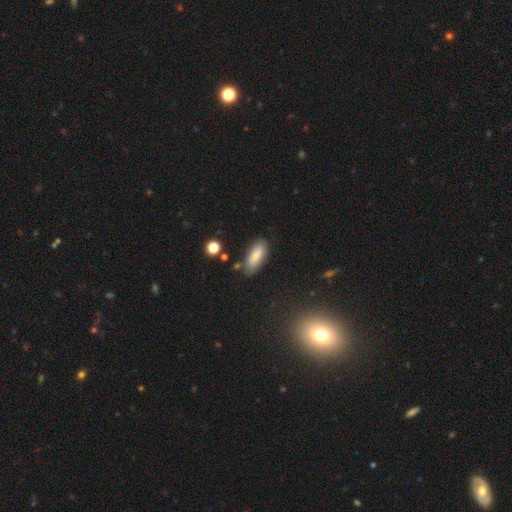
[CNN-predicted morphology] This is clearly a smooth galaxy (81%). How rounded: likely in between (79%). Merging: likely none (79%).